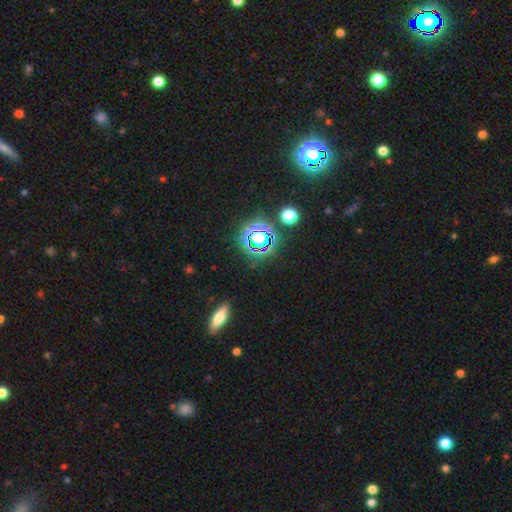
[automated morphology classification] Smooth or featured? star or artifact (65%)